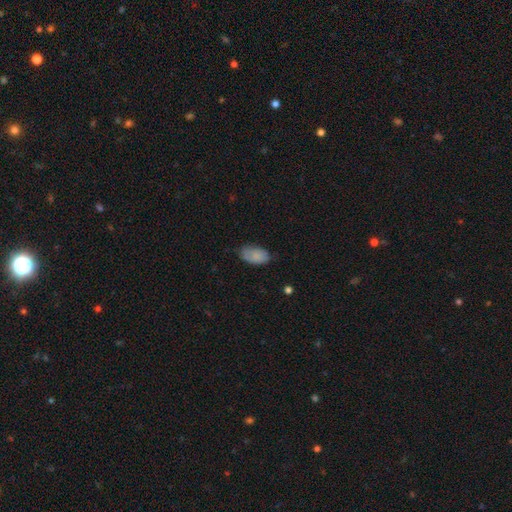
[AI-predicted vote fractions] Q: Smooth or featured?
A: smooth (82%); runner-up: featured or disk (10%)
Q: How rounded?
A: in between (94%); runner-up: round (4%)
Q: Merging?
A: none (65%); runner-up: minor disturbance (28%)